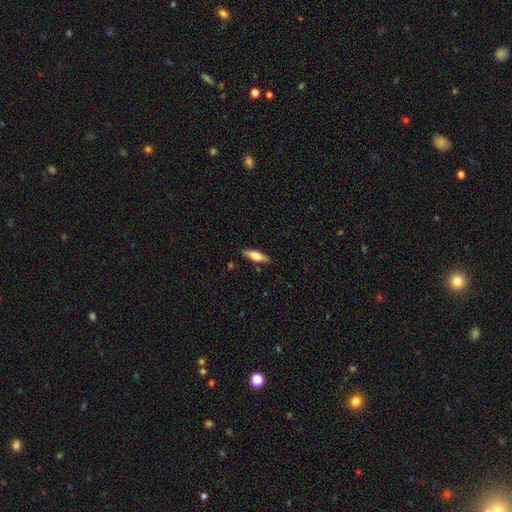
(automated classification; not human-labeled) Smooth or featured: smooth — 59% (featured or disk — 35%)
How rounded: cigar-shaped — 51% (in between — 47%)
Merging: none — 85% (minor disturbance — 11%)